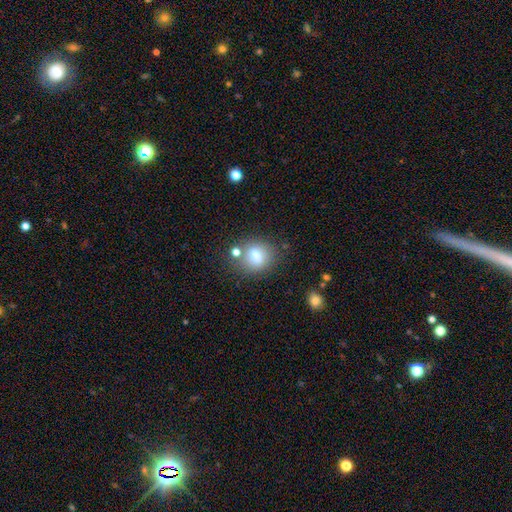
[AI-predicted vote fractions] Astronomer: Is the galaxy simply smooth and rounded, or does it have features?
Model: smooth — 72%.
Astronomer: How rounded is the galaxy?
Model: round — 55% (runner-up: in between, 42%).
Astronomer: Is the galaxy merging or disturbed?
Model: none — 66%.